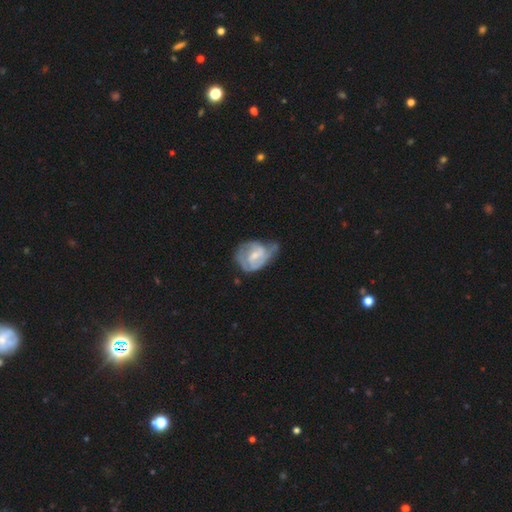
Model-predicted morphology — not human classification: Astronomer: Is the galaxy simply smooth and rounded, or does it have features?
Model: featured or disk — 72%.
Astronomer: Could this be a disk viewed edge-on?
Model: no — 98%.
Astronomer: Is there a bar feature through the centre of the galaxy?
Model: weak — 52% (runner-up: no, 36%).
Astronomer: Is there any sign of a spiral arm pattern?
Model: yes — 83%.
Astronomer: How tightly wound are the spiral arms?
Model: tight — 45% (runner-up: medium, 40%).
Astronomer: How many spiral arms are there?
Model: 2 — 45% (runner-up: can't tell, 28%).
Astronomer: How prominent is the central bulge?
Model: moderate — 43%, tied with small at 43%.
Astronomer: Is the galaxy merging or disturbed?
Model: minor disturbance — 36% (runner-up: none, 34%).